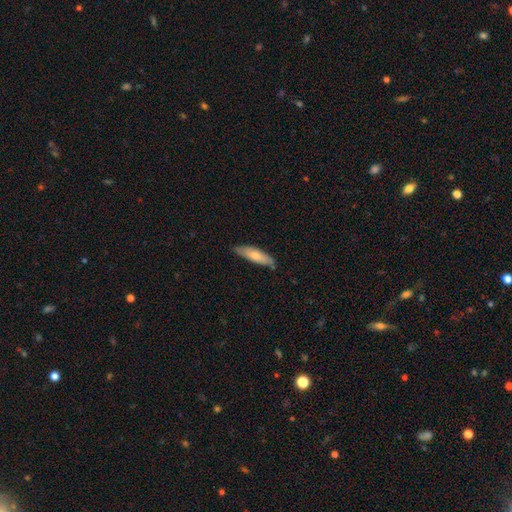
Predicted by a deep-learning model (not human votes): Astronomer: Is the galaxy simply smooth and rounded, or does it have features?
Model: smooth — 71%.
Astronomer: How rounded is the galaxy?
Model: cigar-shaped — 58% (runner-up: in between, 40%).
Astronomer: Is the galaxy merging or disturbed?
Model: none — 78%.